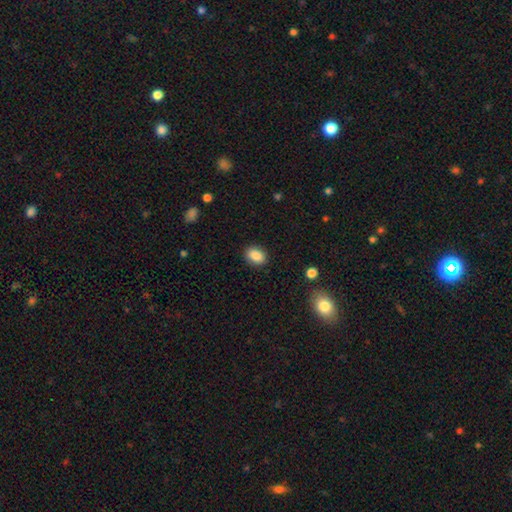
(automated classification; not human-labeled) smooth 88%, star or artifact 8%, featured or disk 4%. Down the decision tree: how rounded — in between (72%); merging — none (88%).